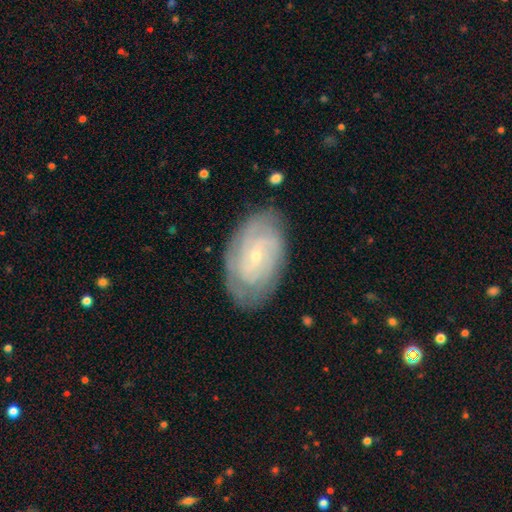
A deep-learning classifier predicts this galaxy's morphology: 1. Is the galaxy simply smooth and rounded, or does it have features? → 78% featured or disk, 16% smooth, 6% star or artifact.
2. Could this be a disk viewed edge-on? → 96% no, 4% yes.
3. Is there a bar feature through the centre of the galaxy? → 60% no, 33% weak, 7% strong.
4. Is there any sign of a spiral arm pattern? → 92% yes, 8% no.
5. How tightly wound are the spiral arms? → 70% tight, 24% medium, 6% loose.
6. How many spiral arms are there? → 41% can't tell, 22% 2, 16% 3, 11% 4, 5% more than 4, 5% 1.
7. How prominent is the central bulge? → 81% small, 15% moderate, 1% none, 1% large, 1% dominant.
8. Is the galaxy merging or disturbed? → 79% none, 16% minor disturbance, 4% major disturbance, 1% merger.